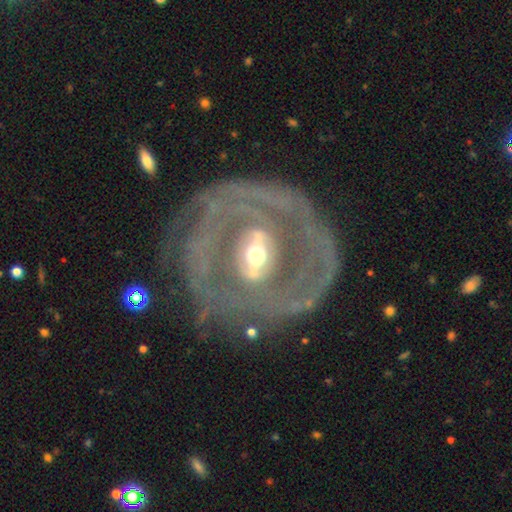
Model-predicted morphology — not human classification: Smooth or featured: featured or disk — 87% (smooth — 8%)
Edge-on disk: no — 94% (yes — 6%)
Bar: strong — 52% (weak — 32%)
Spiral arms: yes — 78% (no — 22%)
Spiral winding: tight — 54% (medium — 31%)
Spiral arm count: 2 — 48% (can't tell — 26%)
Bulge size: moderate — 58% (small — 31%)
Merging: none — 67% (minor disturbance — 15%)